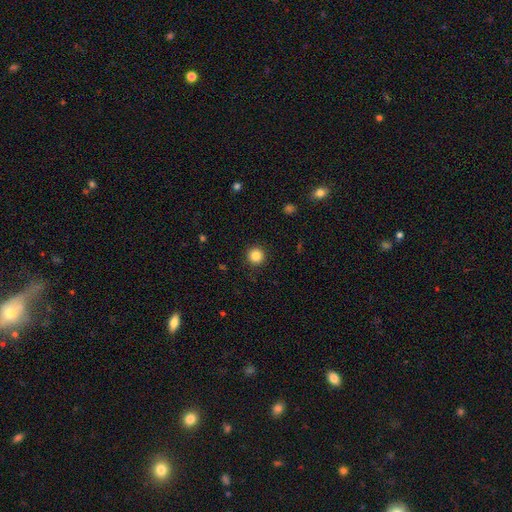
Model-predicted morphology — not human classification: This appears to be a smooth galaxy with no disk features (84%) that is round (96%). Merging: none (92%).